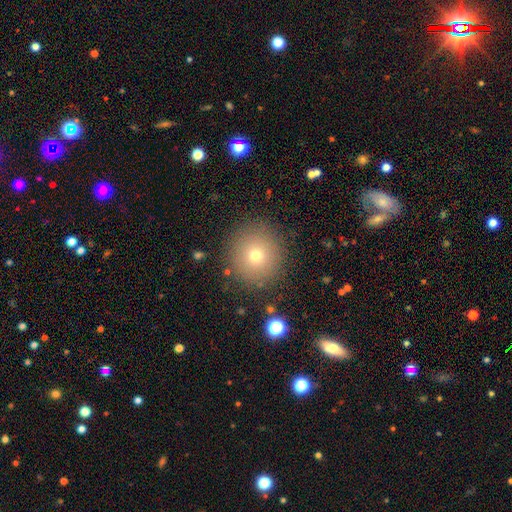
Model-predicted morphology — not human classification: This is likely a smooth galaxy (71%). How rounded: clearly round (90%). Merging: clearly none (87%).